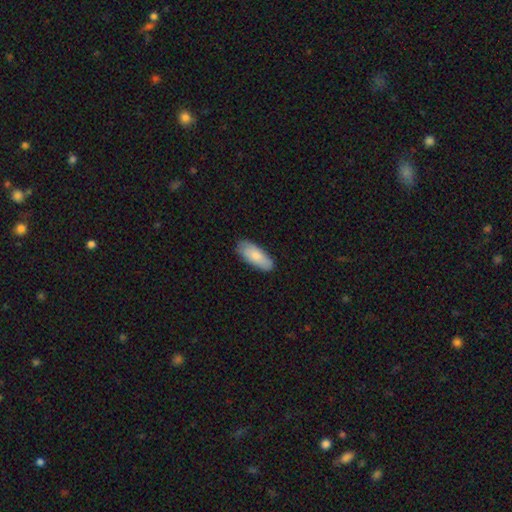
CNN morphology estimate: A smooth galaxy with no disk features (81%) that is in between round and cigar-shaped (80%).

Vote fractions:
- Smooth or featured? smooth: 81% / featured or disk: 14% / star or artifact: 6%
- How rounded? in between: 80% / cigar-shaped: 18% / round: 2%
- Merging? none: 83% / minor disturbance: 13% / major disturbance: 2% / merger: 1%